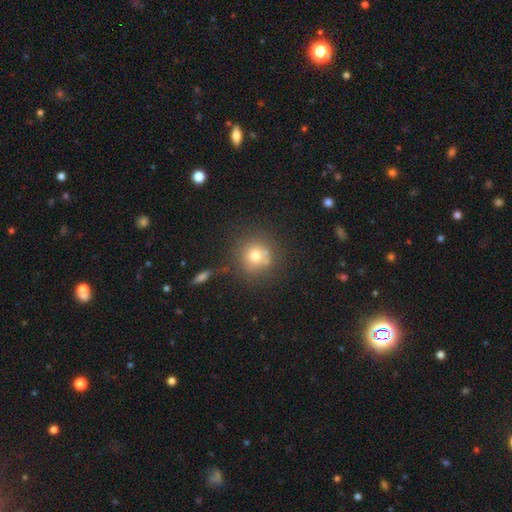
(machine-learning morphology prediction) type=smooth (71%); roundness=round (90%); merging=none (65%).